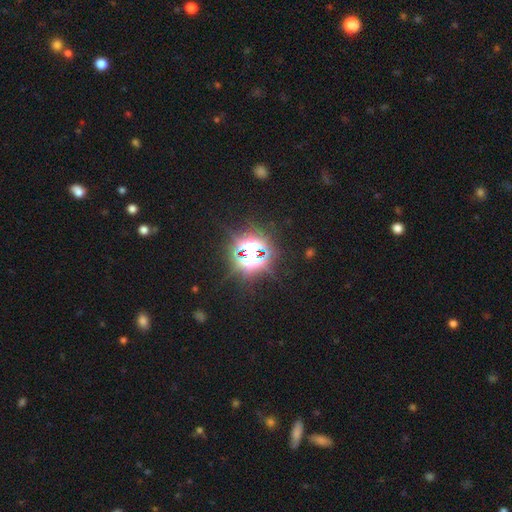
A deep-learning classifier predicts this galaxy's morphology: Smooth or featured? star or artifact (78%)